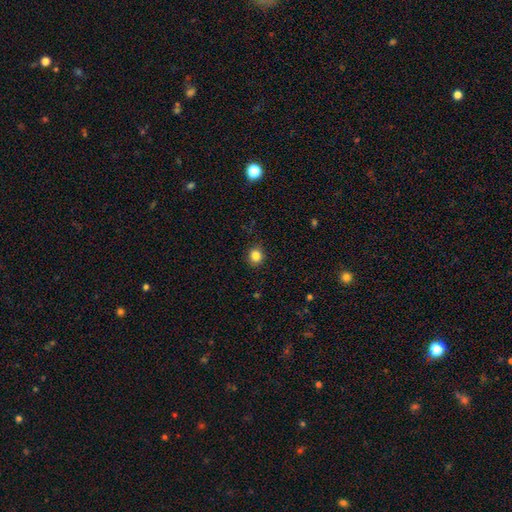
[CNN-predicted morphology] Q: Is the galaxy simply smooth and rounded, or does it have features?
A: smooth — 84%.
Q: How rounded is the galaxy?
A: round — 85%.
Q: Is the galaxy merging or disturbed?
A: none — 90%.